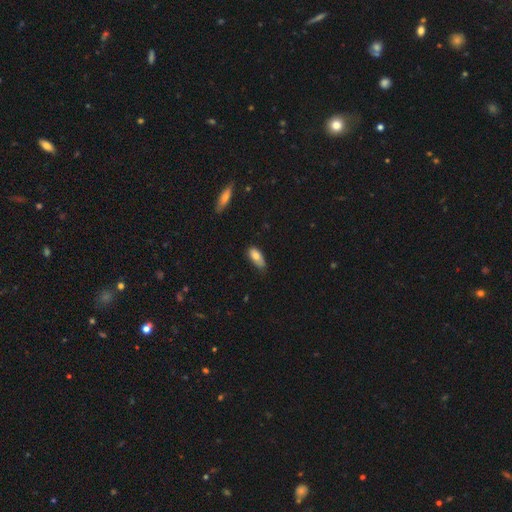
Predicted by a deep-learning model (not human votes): Overall: smooth (78%). How rounded: in between (85%). Merging: none (60%; minor disturbance 33%).